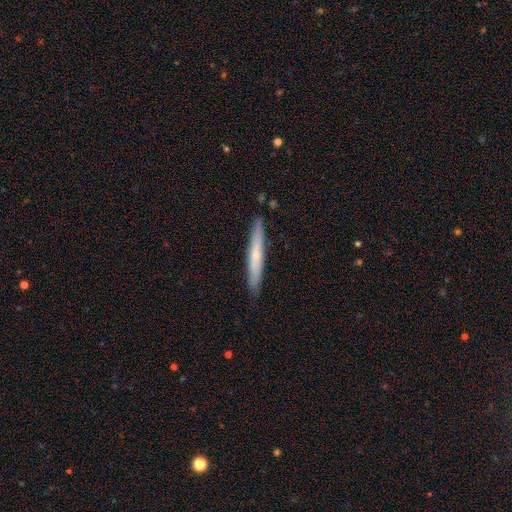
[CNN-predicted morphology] The model was most divided on "smooth or featured": smooth: 56%, featured or disk: 39%, star or artifact: 6%. More confident: how rounded — cigar-shaped (96%); merging — none (88%).